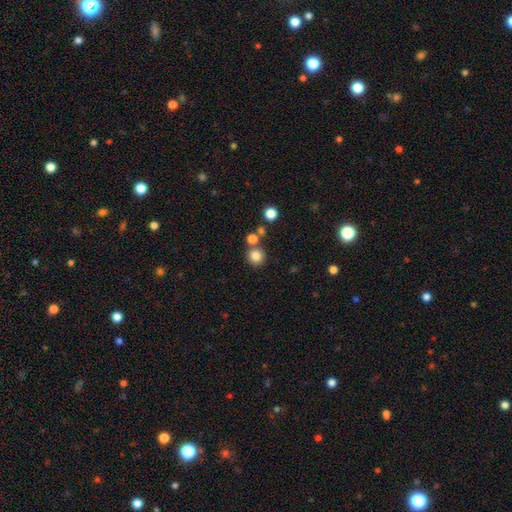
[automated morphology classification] Smooth or featured: smooth — 82% (star or artifact — 12%)
How rounded: round — 93% (in between — 6%)
Merging: none — 78% (merger — 13%)